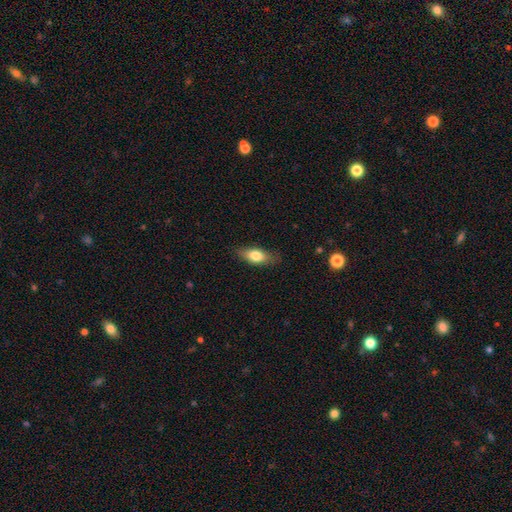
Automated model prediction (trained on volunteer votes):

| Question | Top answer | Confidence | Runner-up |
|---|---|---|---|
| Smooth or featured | smooth | 73% | featured or disk (20%) |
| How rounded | in between | 78% | cigar-shaped (17%) |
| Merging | none | 80% | minor disturbance (16%) |